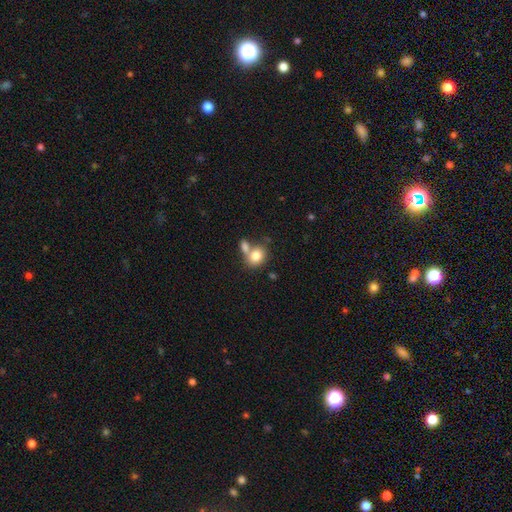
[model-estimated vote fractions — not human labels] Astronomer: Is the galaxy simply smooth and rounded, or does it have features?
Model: smooth — 80%.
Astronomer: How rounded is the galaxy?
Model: round — 50% (runner-up: in between, 49%).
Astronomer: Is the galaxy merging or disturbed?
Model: none — 43% (runner-up: merger, 42%).